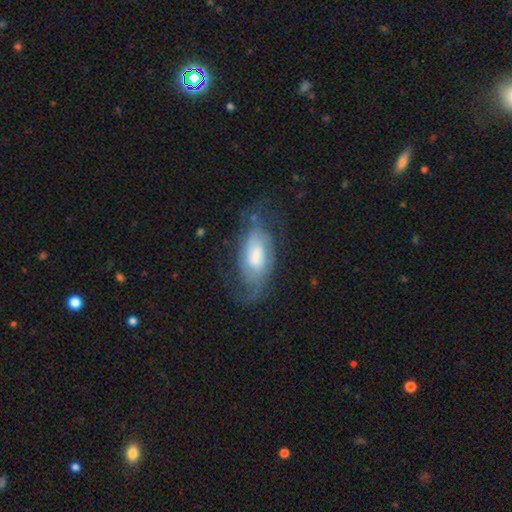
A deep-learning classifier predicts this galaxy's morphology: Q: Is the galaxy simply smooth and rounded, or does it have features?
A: featured or disk — 68%.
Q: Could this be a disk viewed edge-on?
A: no — 93%.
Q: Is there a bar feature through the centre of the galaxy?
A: no — 52%.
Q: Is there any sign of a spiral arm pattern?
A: yes — 88%.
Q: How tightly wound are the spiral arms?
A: medium — 43%.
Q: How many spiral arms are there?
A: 2 — 50%.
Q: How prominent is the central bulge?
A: moderate — 37%.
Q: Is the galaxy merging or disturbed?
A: none — 53%.